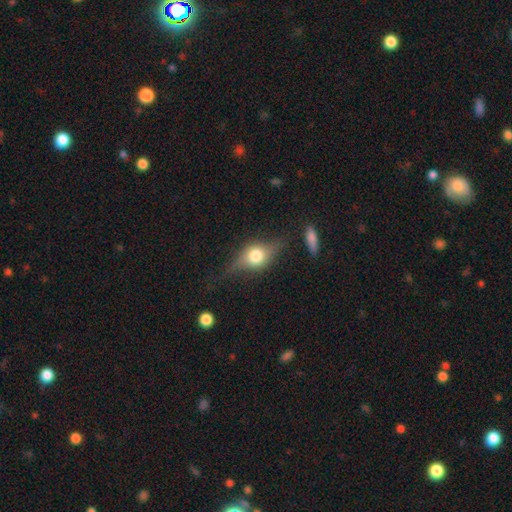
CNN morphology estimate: type=featured or disk (52%); edge-on=yes (87%); merging=none (65%).